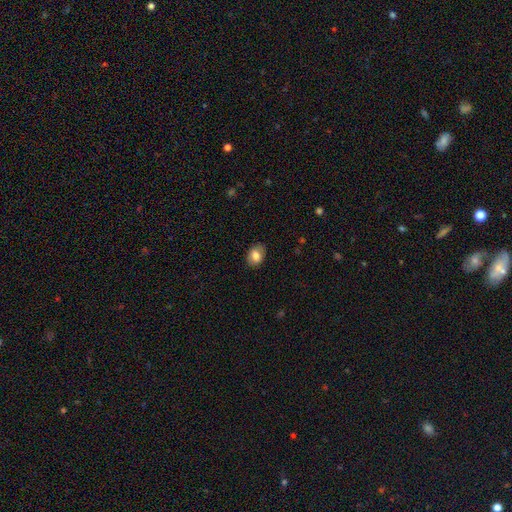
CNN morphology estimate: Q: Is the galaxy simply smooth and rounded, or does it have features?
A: smooth — 78%.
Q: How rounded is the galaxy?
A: in between — 74%.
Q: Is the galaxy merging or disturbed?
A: none — 84%.